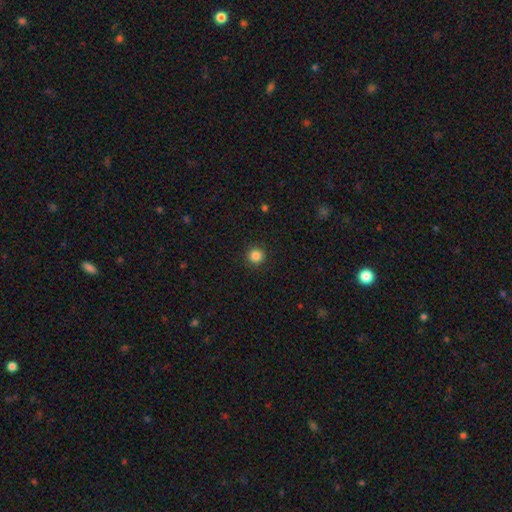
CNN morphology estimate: Q: Smooth or featured?
A: smooth (85%); runner-up: star or artifact (11%)
Q: How rounded?
A: round (96%); runner-up: in between (3%)
Q: Merging?
A: none (92%); runner-up: minor disturbance (5%)